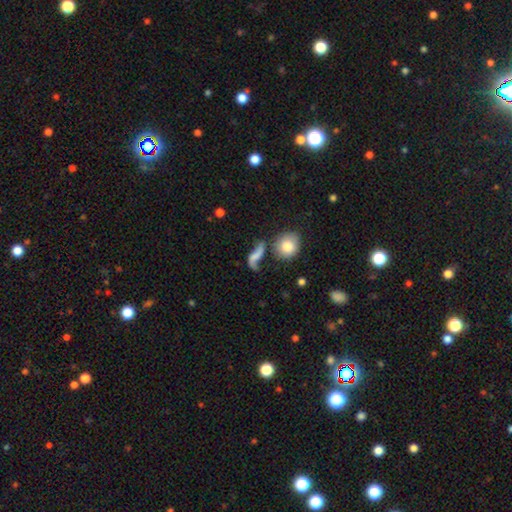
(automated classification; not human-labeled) This appears to be a featured or disk galaxy (53%). Merging: none (43%).